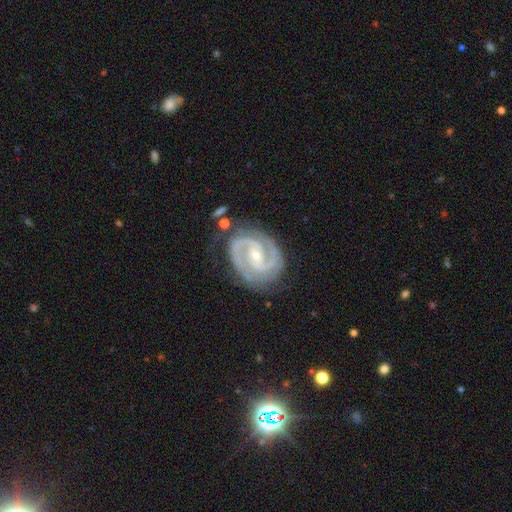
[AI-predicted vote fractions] smooth_or_featured: featured or disk (p=0.93) [alt: star or artifact p=0.04]
disk_edge_on: no (p=0.98) [alt: yes p=0.02]
bar: weak (p=0.41) [alt: strong p=0.31]
has_spiral_arms: yes (p=0.99) [alt: no p=0.01]
spiral_winding: tight (p=0.54) [alt: medium p=0.41]
spiral_arm_count: 2 (p=0.90) [alt: 3 p=0.04]
bulge_size: small (p=0.68) [alt: moderate p=0.29]
merging: none (p=0.77) [alt: minor disturbance p=0.16]